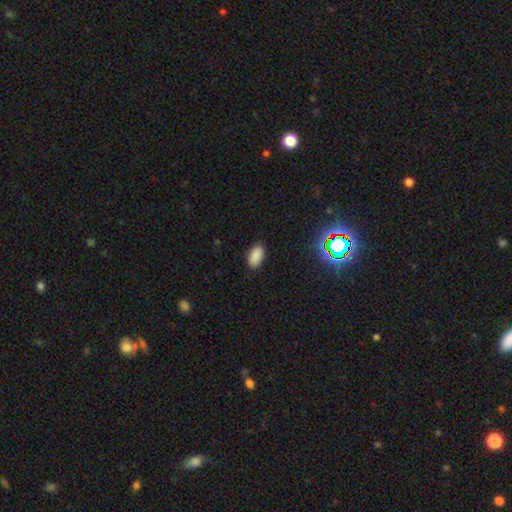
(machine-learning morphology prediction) A smooth galaxy with no disk features (86%) that is in between round and cigar-shaped (94%).

Vote fractions:
- Smooth or featured? smooth: 86% / star or artifact: 10% / featured or disk: 4%
- How rounded? in between: 94% / round: 4% / cigar-shaped: 2%
- Merging? none: 85% / minor disturbance: 11% / major disturbance: 2% / merger: 1%